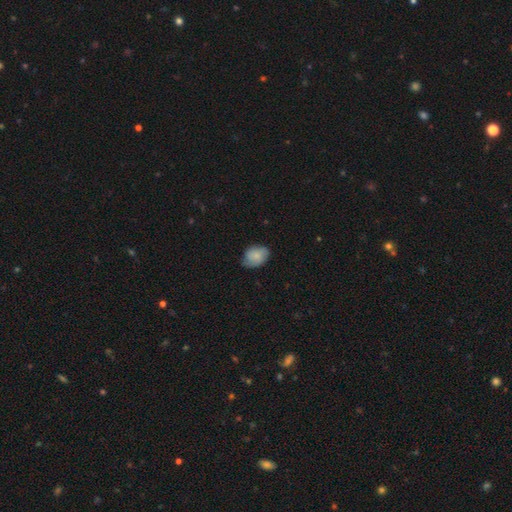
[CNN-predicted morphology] This appears to be a smooth galaxy with no disk features (78%) that is in between round and cigar-shaped (71%). Merging: none (67%).